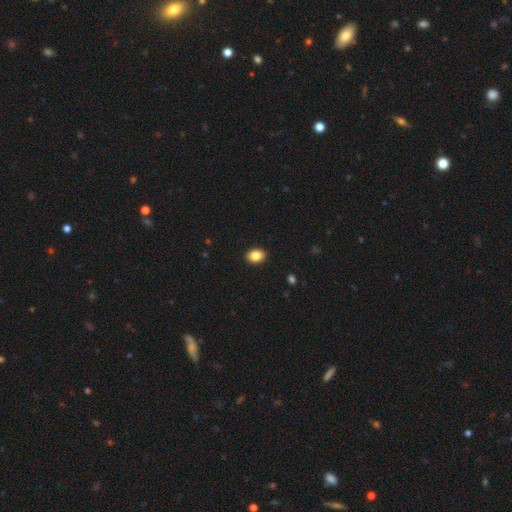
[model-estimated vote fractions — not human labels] smooth-or-featured: smooth: 86% | star or artifact: 8% | featured or disk: 6%
  how-rounded: in between: 71% | round: 28% | cigar-shaped: 1%
  merging: none: 91% | minor disturbance: 6% | major disturbance: 2% | merger: 1%